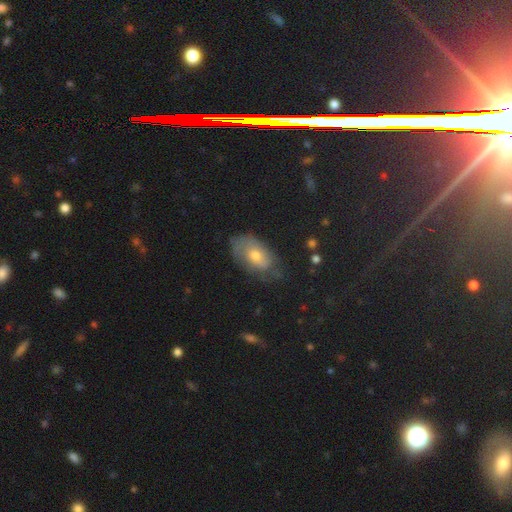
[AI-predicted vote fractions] Smooth or featured? Predicted: smooth (p=0.54). How rounded? Predicted: in between (p=0.90). Merging? Predicted: none (p=0.55).